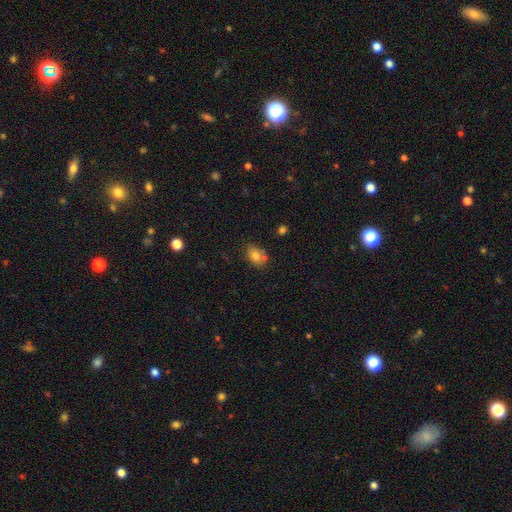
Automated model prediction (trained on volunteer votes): Smooth or featured: smooth — 77% (featured or disk — 12%)
How rounded: in between — 75% (round — 24%)
Merging: none — 59% (minor disturbance — 20%)